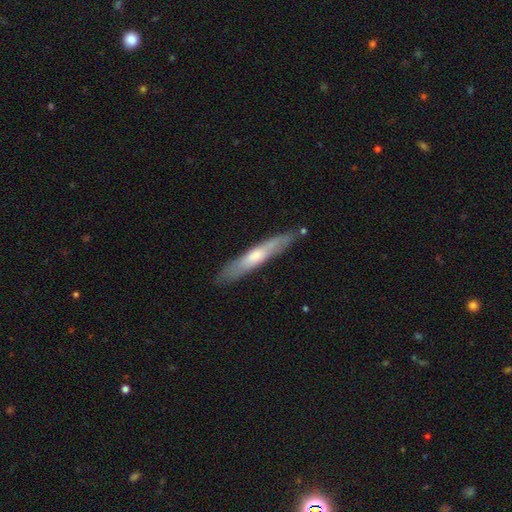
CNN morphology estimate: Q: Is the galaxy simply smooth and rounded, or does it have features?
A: smooth — 48%.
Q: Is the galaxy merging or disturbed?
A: none — 82%.